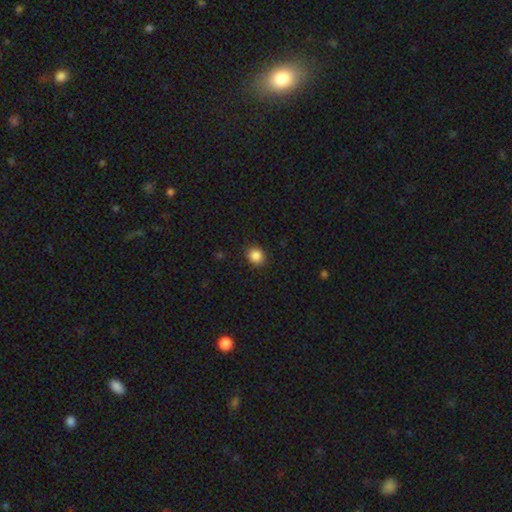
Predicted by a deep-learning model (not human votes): smooth_or_featured: smooth (p=0.86) [alt: star or artifact p=0.10]
how_rounded: round (p=0.73) [alt: in between p=0.27]
merging: none (p=0.90) [alt: minor disturbance p=0.07]